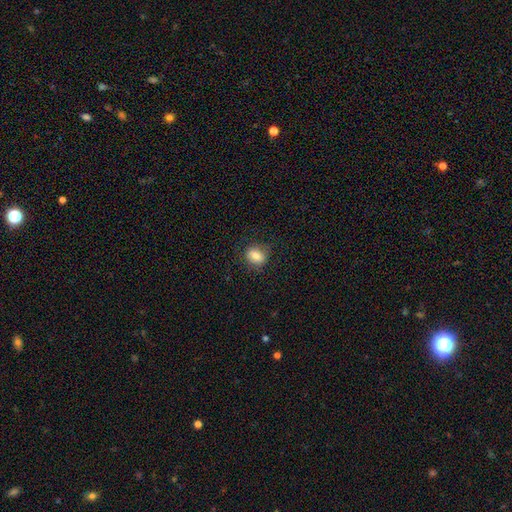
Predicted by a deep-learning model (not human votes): The model was most divided on "how rounded" (2-way tie): in between: 49%, round: 49%, cigar-shaped: 2%. More confident: merging — none (80%); smooth or featured — smooth (78%).